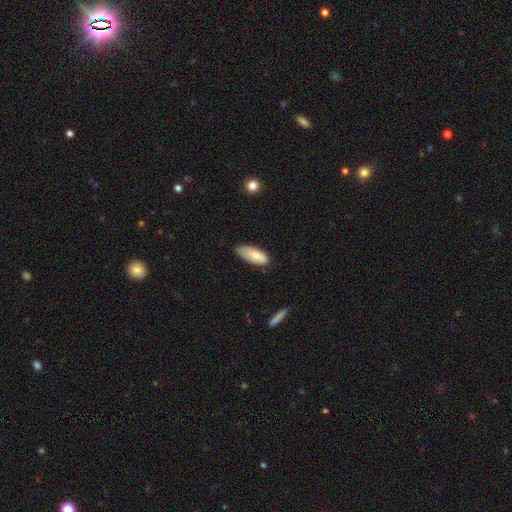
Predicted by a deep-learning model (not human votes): Smooth or featured?
  - smooth: 77% *
  - featured or disk: 16%
  - star or artifact: 6%
How rounded?
  - in between: 80% *
  - cigar-shaped: 18%
  - round: 2%
Merging?
  - none: 57% *
  - minor disturbance: 34%
  - major disturbance: 7%
  - merger: 2%